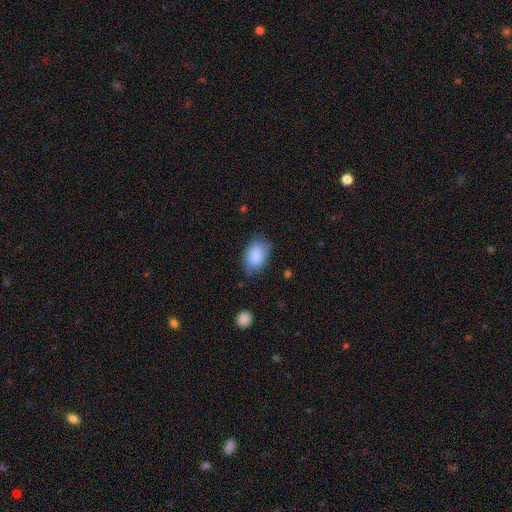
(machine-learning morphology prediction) A smooth galaxy with no disk features (83%) that is in between round and cigar-shaped (90%). Merging: none (66%).